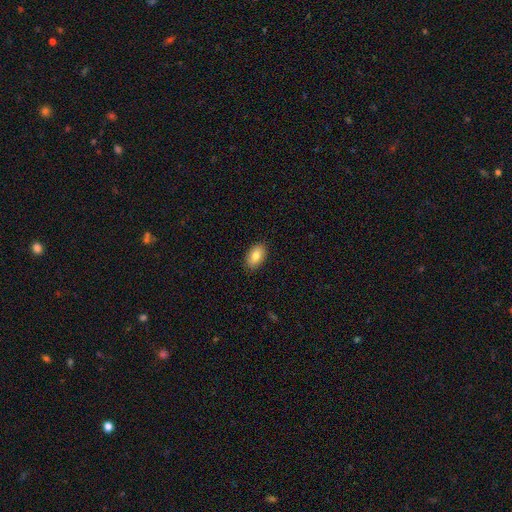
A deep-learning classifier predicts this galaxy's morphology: This is clearly a smooth galaxy (82%). How rounded: clearly in between (91%). Merging: clearly none (88%).